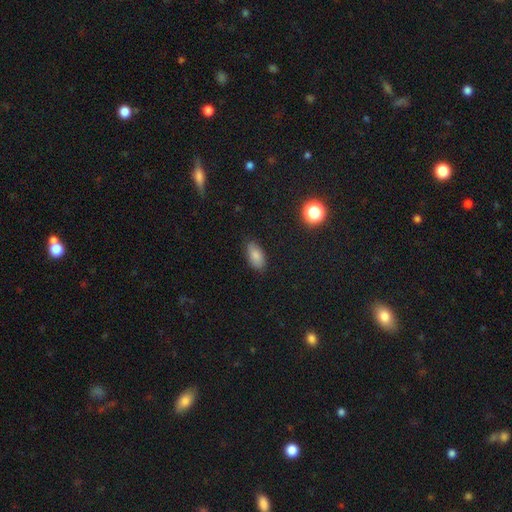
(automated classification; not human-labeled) A smooth galaxy with no disk features (84%) that is in between round and cigar-shaped (92%).

Vote fractions:
- Smooth or featured? smooth: 84% / star or artifact: 9% / featured or disk: 7%
- How rounded? in between: 92% / cigar-shaped: 4% / round: 4%
- Merging? none: 82% / minor disturbance: 14% / major disturbance: 3% / merger: 1%